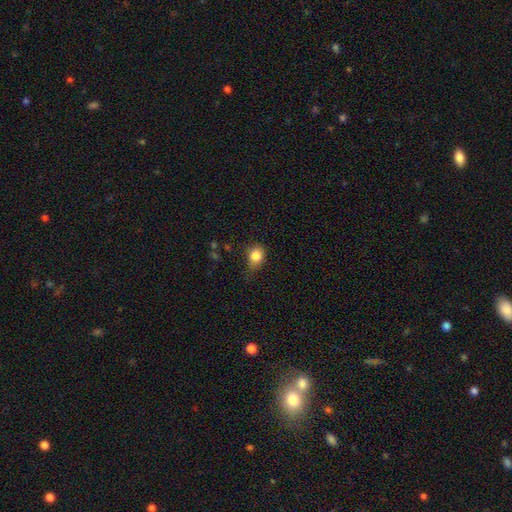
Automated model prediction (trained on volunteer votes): A smooth galaxy with no disk features (84%) that is round (50%). Merging: none (61%).